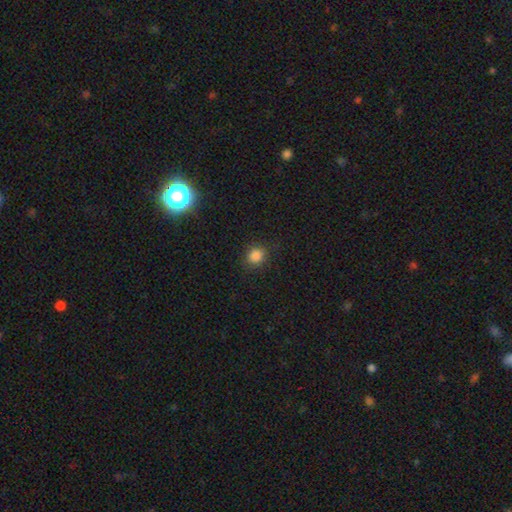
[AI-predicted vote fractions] This appears to be a smooth galaxy with no disk features (84%) that is round (81%). Merging: none (87%).